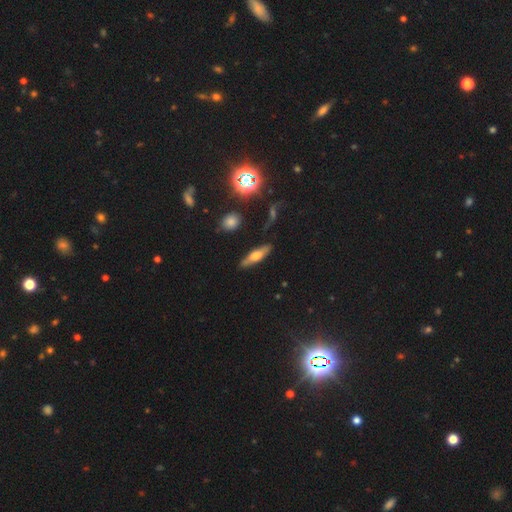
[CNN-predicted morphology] type=smooth (49%); merging=none (84%).